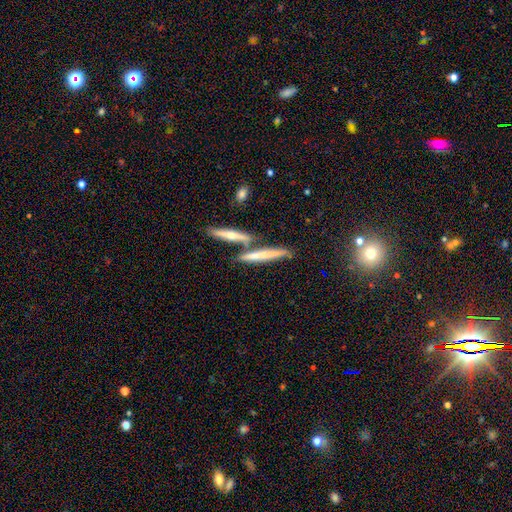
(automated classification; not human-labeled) smooth_or_featured: featured or disk (p=0.50) [alt: smooth p=0.40]
disk_edge_on: yes (p=0.90) [alt: no p=0.10]
merging: none (p=0.65) [alt: merger p=0.22]